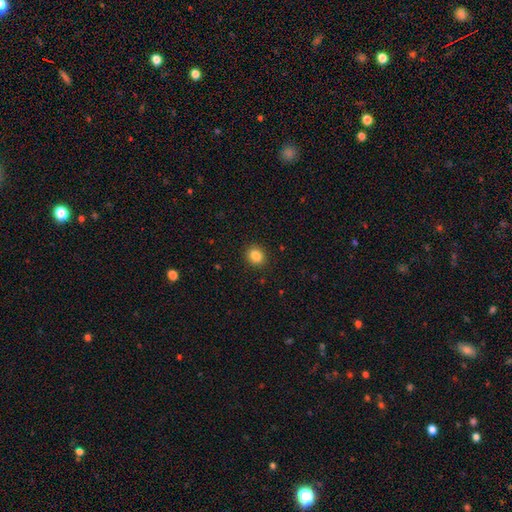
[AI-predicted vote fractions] Overall: smooth (85%). How rounded: round (64%; in between 35%). Merging: none (90%).